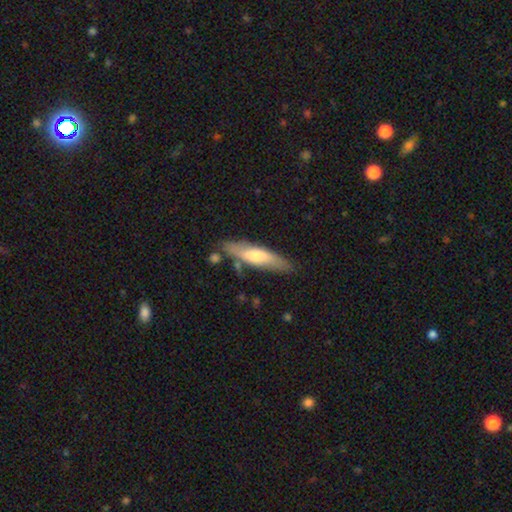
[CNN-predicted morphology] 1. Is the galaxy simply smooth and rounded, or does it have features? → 55% smooth, 39% featured or disk, 6% star or artifact.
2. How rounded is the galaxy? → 71% cigar-shaped, 27% in between, 2% round.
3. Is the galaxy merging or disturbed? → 77% none, 14% minor disturbance, 5% merger, 3% major disturbance.